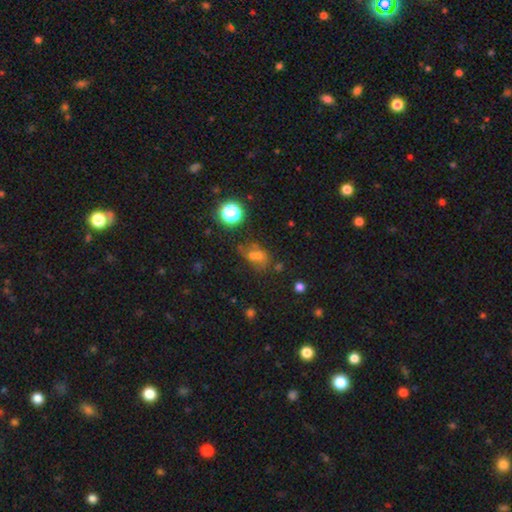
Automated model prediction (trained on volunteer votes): The model was most divided on "smooth or featured": smooth: 46%, star or artifact: 34%, featured or disk: 20%. Remaining: merging — none (47%).